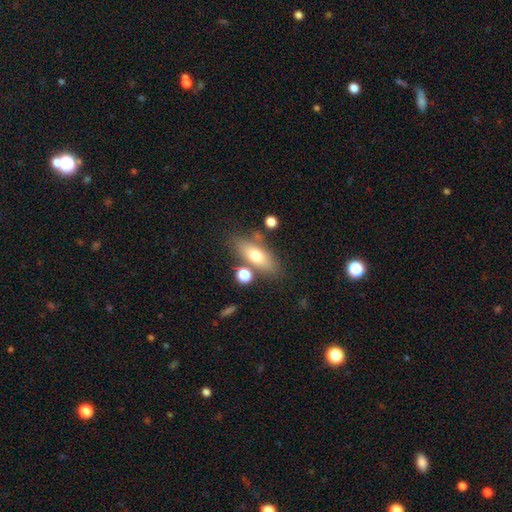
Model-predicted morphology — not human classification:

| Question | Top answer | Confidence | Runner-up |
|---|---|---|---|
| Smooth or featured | smooth | 67% | featured or disk (25%) |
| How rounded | in between | 66% | cigar-shaped (29%) |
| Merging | none | 73% | minor disturbance (13%) |